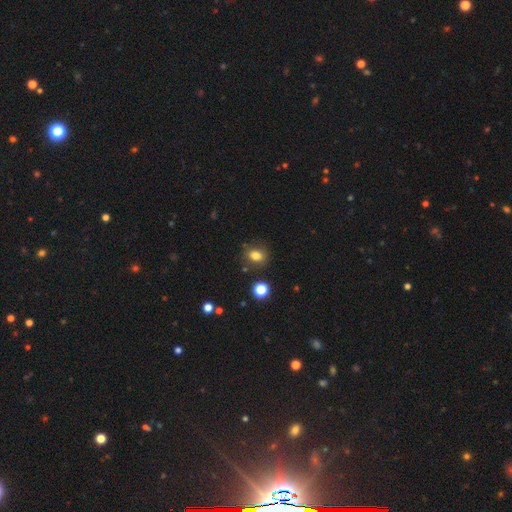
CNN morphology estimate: smooth_or_featured: smooth (p=0.79) [alt: star or artifact p=0.13]
how_rounded: in between (p=0.57) [alt: round p=0.41]
merging: none (p=0.79) [alt: minor disturbance p=0.13]